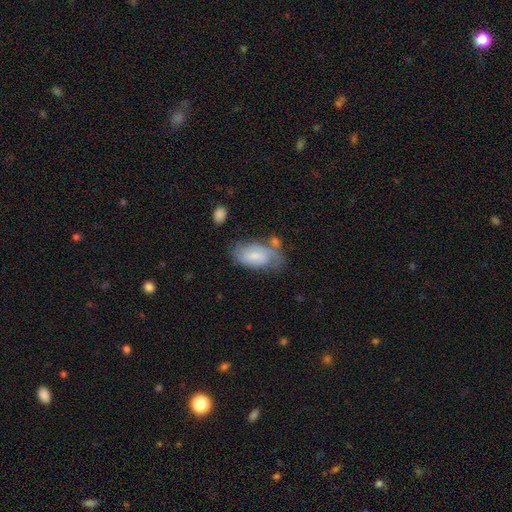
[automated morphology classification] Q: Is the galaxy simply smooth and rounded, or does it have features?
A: smooth — 57%.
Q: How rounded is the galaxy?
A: in between — 92%.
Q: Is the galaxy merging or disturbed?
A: none — 49%.